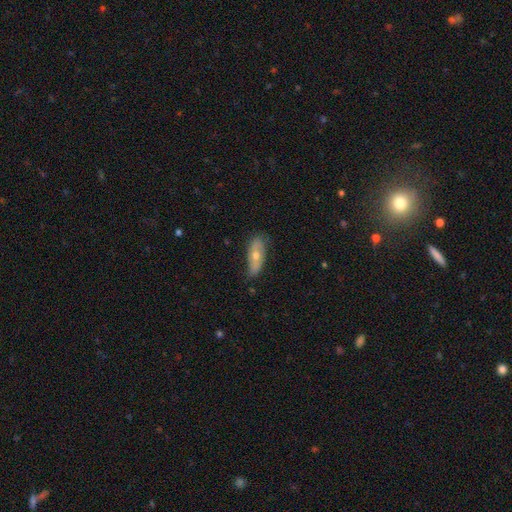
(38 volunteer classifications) Q: Smooth or featured?
A: smooth (63%); runner-up: featured or disk (32%)
Q: How rounded?
A: cigar-shaped (50%); runner-up: in between (42%)
Q: Merging?
A: none (64%); runner-up: minor disturbance (31%)